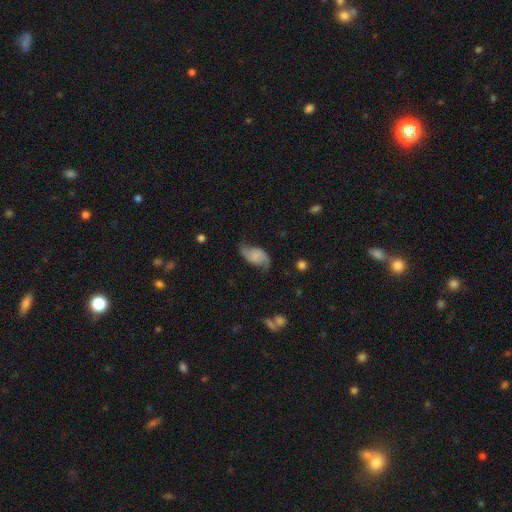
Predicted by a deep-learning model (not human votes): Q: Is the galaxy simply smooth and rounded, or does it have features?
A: featured or disk — 70%.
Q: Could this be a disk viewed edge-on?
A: no — 97%.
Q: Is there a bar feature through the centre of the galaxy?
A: no — 56%.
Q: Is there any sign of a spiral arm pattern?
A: yes — 94%.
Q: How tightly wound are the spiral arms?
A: loose — 63%.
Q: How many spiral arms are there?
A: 2 — 91%.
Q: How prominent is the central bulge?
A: none — 57%.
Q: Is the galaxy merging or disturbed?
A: none — 65%.